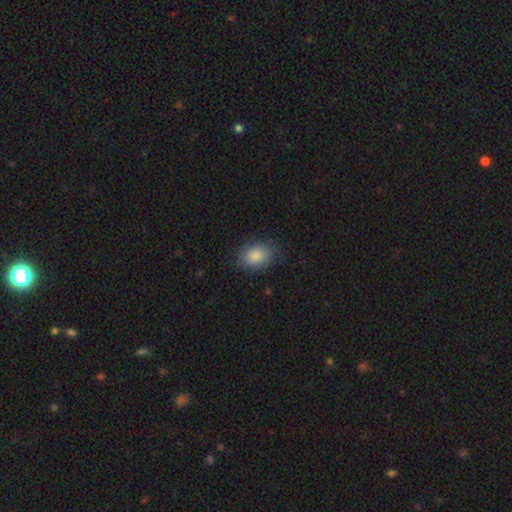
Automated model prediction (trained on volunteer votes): smooth 87%, star or artifact 8%, featured or disk 6%. Down the decision tree: how rounded — in between (77%); merging — none (83%).